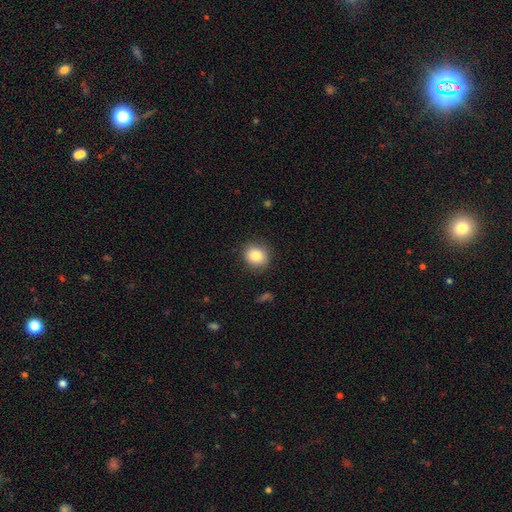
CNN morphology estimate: This is clearly a smooth galaxy (84%). How rounded: likely round (80%). Merging: clearly none (87%).